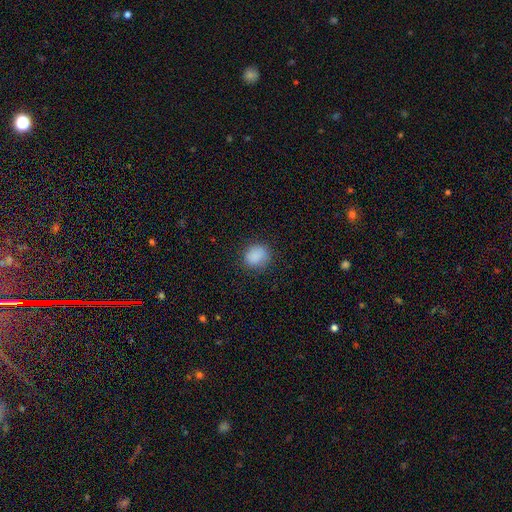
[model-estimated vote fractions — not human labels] This is clearly a smooth galaxy (86%). How rounded: likely round (74%). Merging: clearly none (83%).